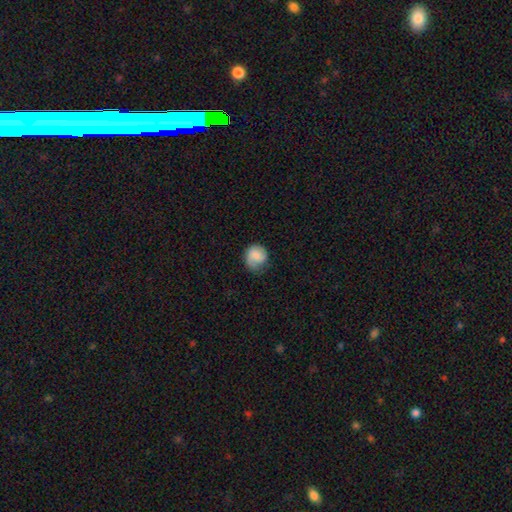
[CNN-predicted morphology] A smooth galaxy with no disk features (71%) that is round (78%).

Vote fractions:
- Smooth or featured? smooth: 71% / featured or disk: 22% / star or artifact: 7%
- How rounded? round: 78% / in between: 21% / cigar-shaped: 1%
- Merging? none: 57% / minor disturbance: 28% / major disturbance: 13% / merger: 1%